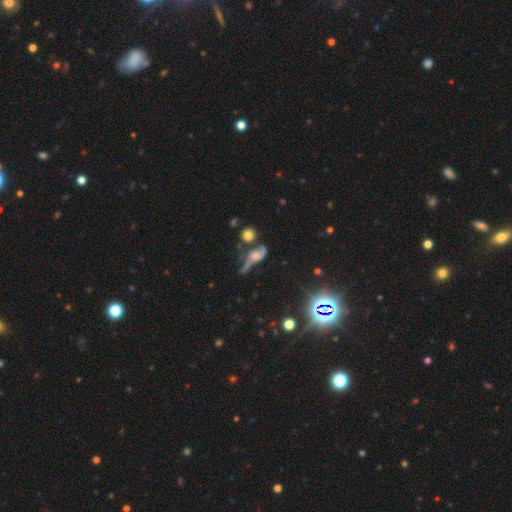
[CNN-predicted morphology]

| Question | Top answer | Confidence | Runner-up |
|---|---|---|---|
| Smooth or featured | featured or disk | 48% | smooth (35%) |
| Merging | none | 29% | major disturbance (28%) |